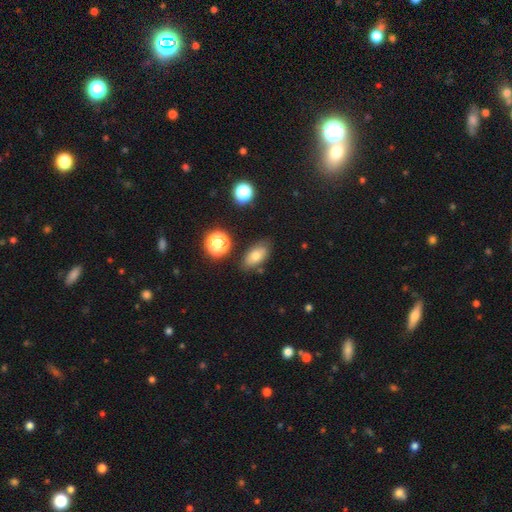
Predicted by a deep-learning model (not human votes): Smooth or featured? Predicted: smooth (p=0.72). How rounded? Predicted: in between (p=0.86). Merging? Predicted: none (p=0.78).